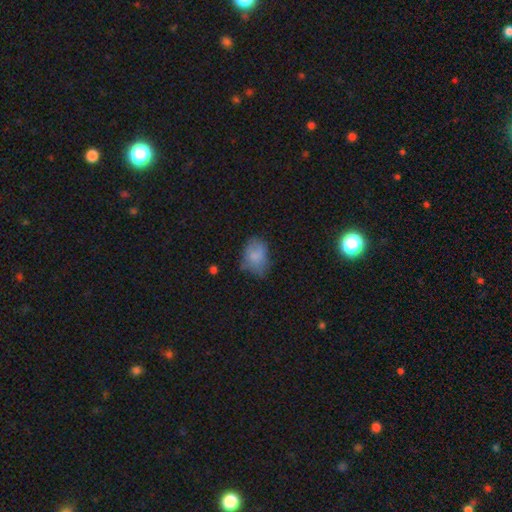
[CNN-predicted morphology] Smooth or featured?
  - smooth: 73% *
  - featured or disk: 17%
  - star or artifact: 10%
How rounded?
  - in between: 77% *
  - round: 22%
  - cigar-shaped: 1%
Merging?
  - none: 46% *
  - minor disturbance: 35%
  - major disturbance: 17%
  - merger: 3%